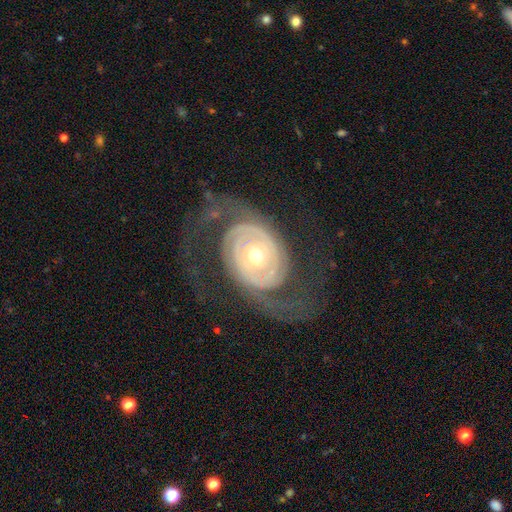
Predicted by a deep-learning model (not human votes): smooth_or_featured: featured or disk (p=0.89) [alt: smooth p=0.07]
disk_edge_on: no (p=0.96) [alt: yes p=0.04]
bar: no (p=0.67) [alt: weak p=0.22]
has_spiral_arms: yes (p=0.93) [alt: no p=0.07]
spiral_winding: tight (p=0.42) [alt: medium p=0.38]
spiral_arm_count: 2 (p=0.83) [alt: can't tell p=0.07]
bulge_size: moderate (p=0.63) [alt: small p=0.30]
merging: none (p=0.67) [alt: major disturbance p=0.19]